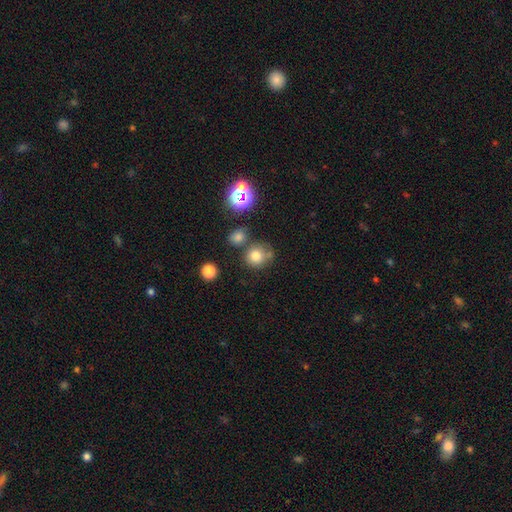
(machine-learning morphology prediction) smooth 75%, star or artifact 16%, featured or disk 9%. Down the decision tree: how rounded — round (84%); merging — none (63%).